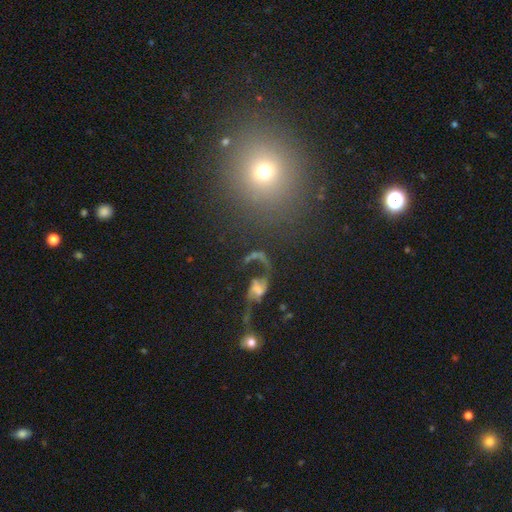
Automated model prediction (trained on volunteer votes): The model was most divided on "bulge size": moderate: 41%, small: 29%, large: 12%, none: 12%, dominant: 5%. Remaining: edge-on disk — no (94%); spiral arms — yes (78%); bar — no (58%); smooth or featured — featured or disk (55%); merging — none (45%).